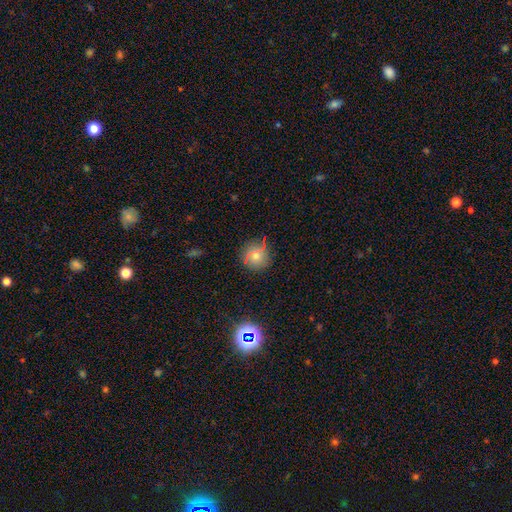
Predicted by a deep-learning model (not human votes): smooth_or_featured: smooth (p=0.64) [alt: star or artifact p=0.19]
how_rounded: round (p=0.92) [alt: in between p=0.07]
merging: none (p=0.81) [alt: minor disturbance p=0.14]